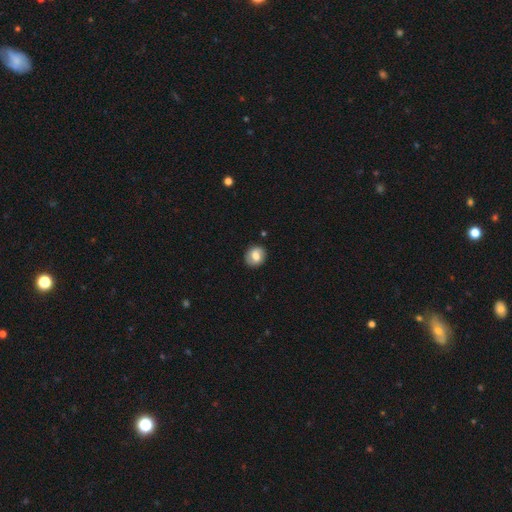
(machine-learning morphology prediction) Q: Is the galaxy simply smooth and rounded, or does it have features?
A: smooth — 71%.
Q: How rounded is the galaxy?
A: round — 72%.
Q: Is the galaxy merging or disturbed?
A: none — 86%.